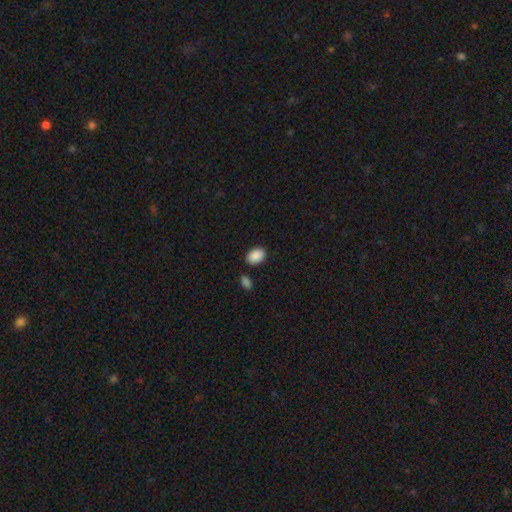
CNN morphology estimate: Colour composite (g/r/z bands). It shows a smooth galaxy with no disk features (89%) that is in between round and cigar-shaped (81%). Merging: none (81%).